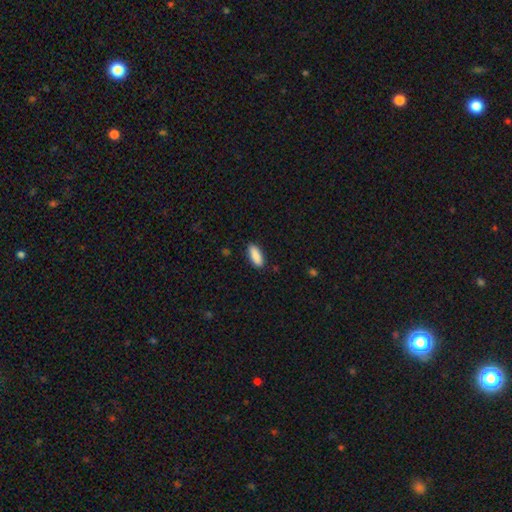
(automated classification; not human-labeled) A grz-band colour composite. It shows a smooth galaxy with no disk features (90%) that is in between round and cigar-shaped (73%). Merging: none (87%).